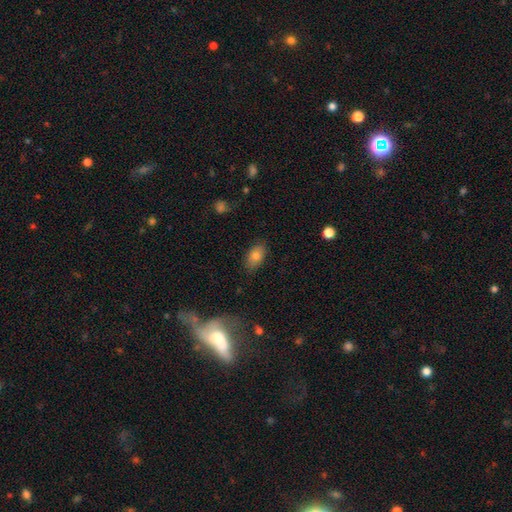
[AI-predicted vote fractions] The model was most divided on "smooth or featured": smooth: 78%, featured or disk: 14%, star or artifact: 8%. More confident: how rounded — in between (91%); merging — none (82%).